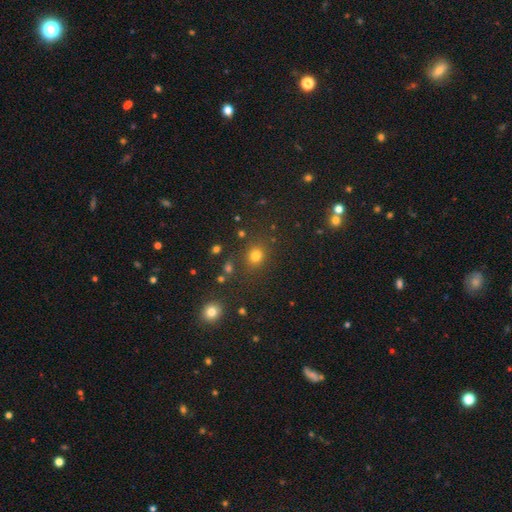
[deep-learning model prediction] Smooth or featured?
  - smooth: 76% *
  - star or artifact: 18%
  - featured or disk: 6%
How rounded?
  - round: 73% *
  - in between: 26%
  - cigar-shaped: 1%
Merging?
  - none: 79% *
  - minor disturbance: 11%
  - merger: 5%
  - major disturbance: 5%